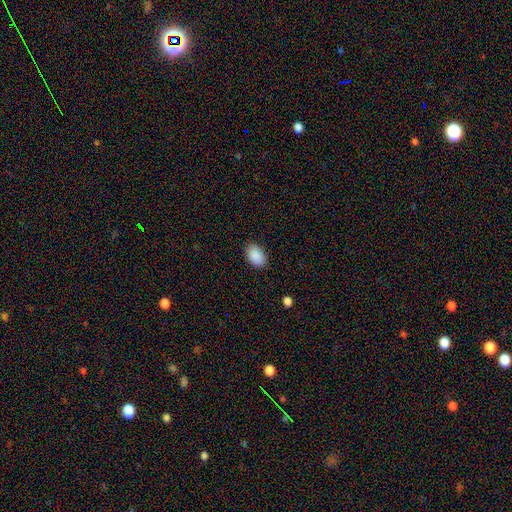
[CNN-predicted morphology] Overall: smooth (90%). How rounded: in between (89%). Merging: none (86%).